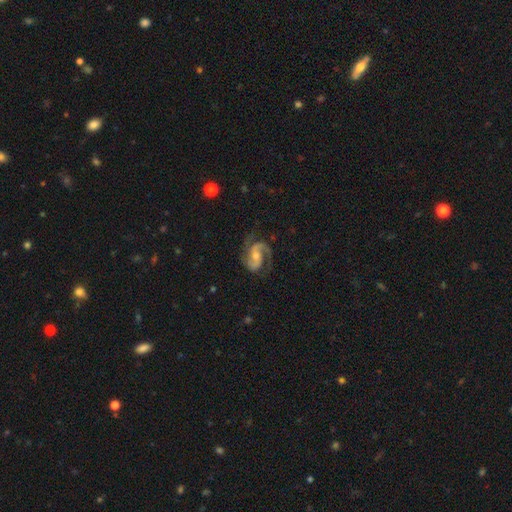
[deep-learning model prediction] A featured or disk galaxy (91%) with no bar (48%), 2 (91%) medium (59%) spiral arms (98%) and a moderate central bulge (51%). Merging: none (72%).